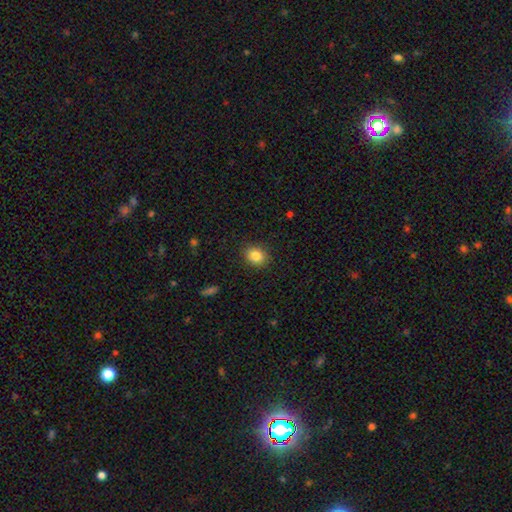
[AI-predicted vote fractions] Morphology: type=smooth (85%); roundness=round (55%); merging=none (88%).